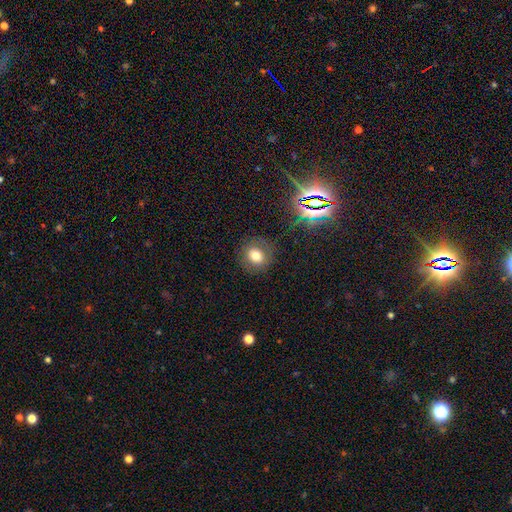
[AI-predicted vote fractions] smooth-or-featured: smooth: 72% | star or artifact: 16% | featured or disk: 13%
  how-rounded: round: 82% | in between: 17% | cigar-shaped: 1%
  merging: none: 85% | minor disturbance: 10% | major disturbance: 4% | merger: 1%